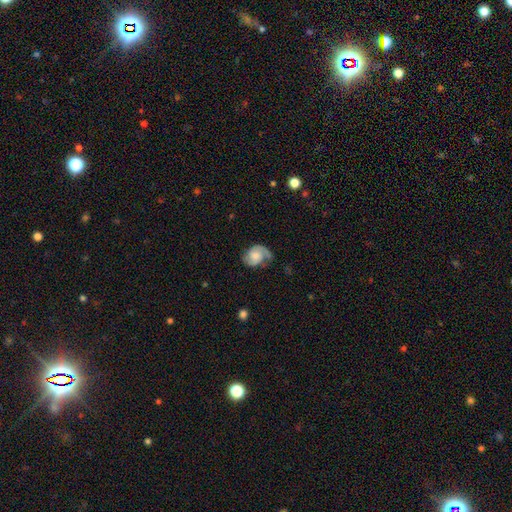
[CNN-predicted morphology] Smooth or featured? Predicted: featured or disk (p=0.65). Edge-on disk? Predicted: no (p=0.97). Bar? Predicted: no (p=0.67). Spiral arms? Predicted: yes (p=0.92). Spiral winding? Predicted: medium (p=0.42). Spiral arm count? Predicted: 2 (p=0.67). Bulge size? Predicted: moderate (p=0.42). Merging? Predicted: none (p=0.51).